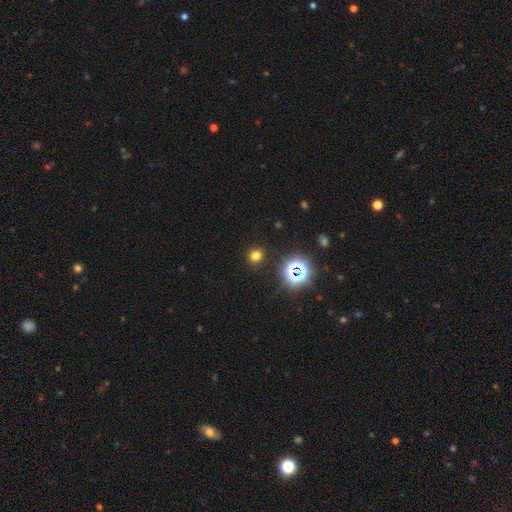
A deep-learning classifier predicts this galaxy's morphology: Smooth or featured: smooth — 70% (star or artifact — 24%)
How rounded: round — 85% (in between — 14%)
Merging: none — 89% (minor disturbance — 6%)